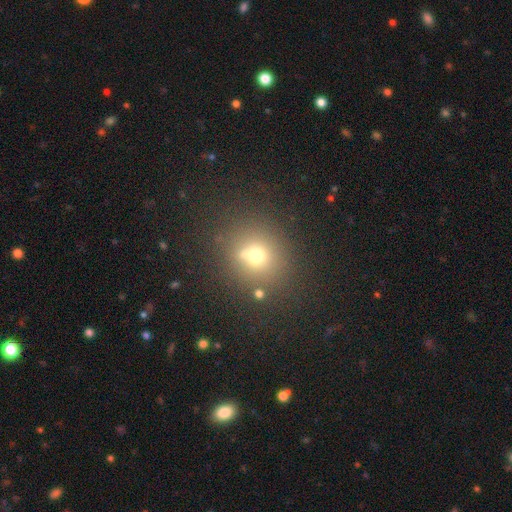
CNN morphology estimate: Overall: smooth (66%). How rounded: round (82%). Merging: none (67%).